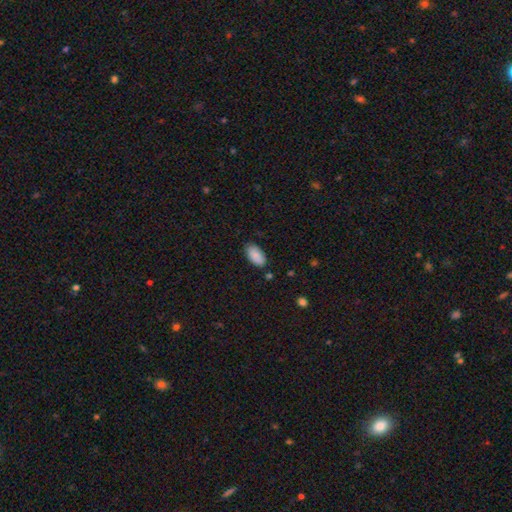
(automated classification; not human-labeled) Morphology: type=smooth (89%); roundness=in between (95%); merging=none (82%).